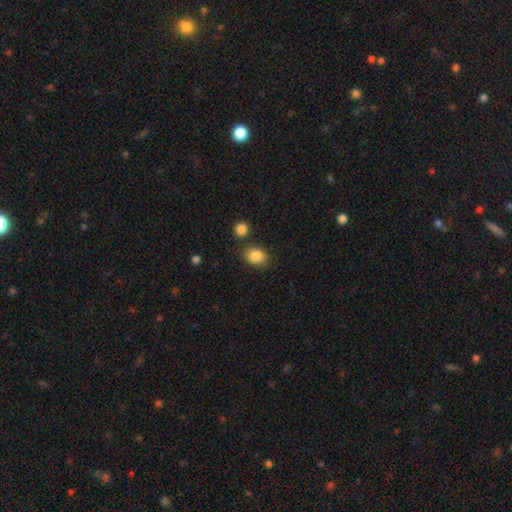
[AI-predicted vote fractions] Smooth or featured? Predicted: smooth (p=0.86). How rounded? Predicted: in between (p=0.53). Merging? Predicted: none (p=0.76).